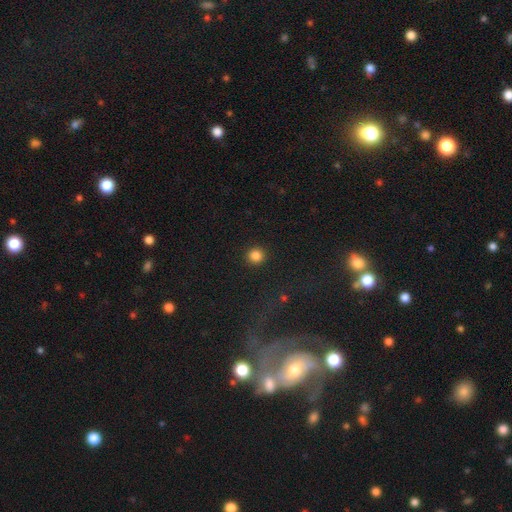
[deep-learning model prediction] smooth 85%, star or artifact 12%, featured or disk 4%. Down the decision tree: how rounded — round (93%); merging — none (92%).